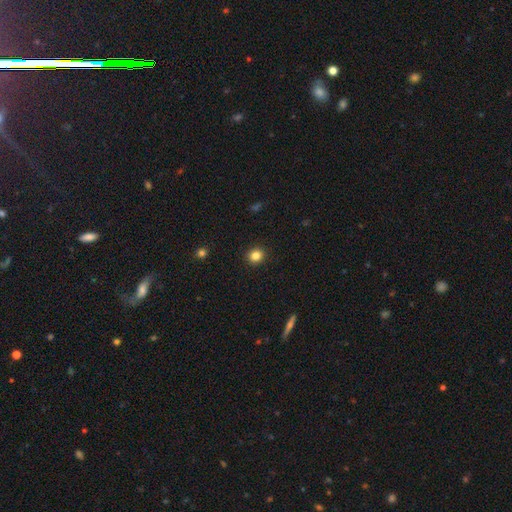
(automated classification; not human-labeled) This is clearly a smooth galaxy (83%). How rounded: clearly round (84%). Merging: clearly none (92%).